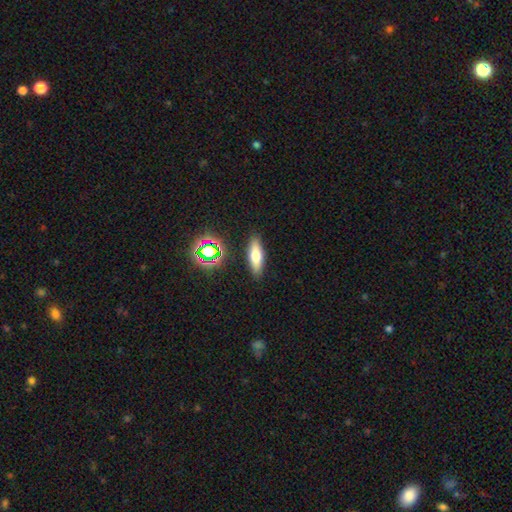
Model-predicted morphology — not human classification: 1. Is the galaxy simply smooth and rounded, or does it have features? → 62% smooth, 26% featured or disk, 11% star or artifact.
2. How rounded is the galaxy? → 50% cigar-shaped, 47% in between, 4% round.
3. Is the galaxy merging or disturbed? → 87% none, 8% minor disturbance, 2% major disturbance, 2% merger.